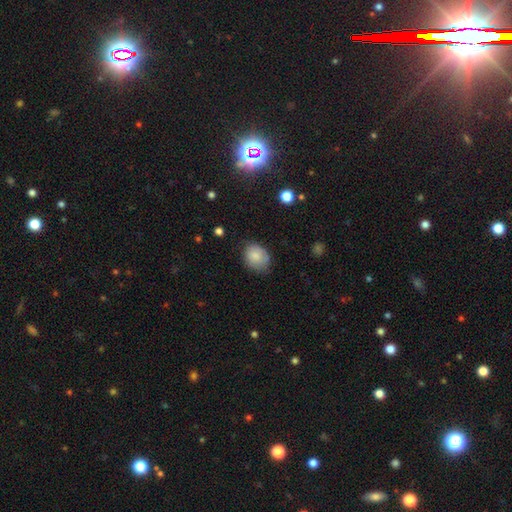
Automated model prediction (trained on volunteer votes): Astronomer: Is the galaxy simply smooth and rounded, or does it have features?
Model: smooth — 82%.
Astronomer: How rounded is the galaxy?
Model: in between — 57% (runner-up: round, 42%).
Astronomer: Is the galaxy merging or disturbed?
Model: none — 66%.